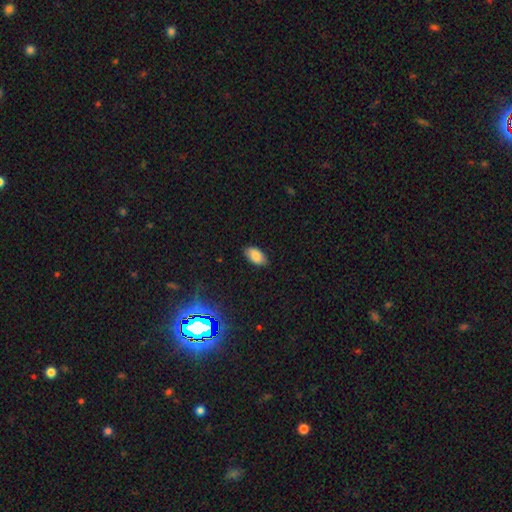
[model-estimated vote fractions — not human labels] A smooth galaxy with no disk features (84%) that is in between round and cigar-shaped (94%).

Vote fractions:
- Smooth or featured? smooth: 84% / star or artifact: 9% / featured or disk: 7%
- How rounded? in between: 94% / round: 3% / cigar-shaped: 2%
- Merging? none: 84% / minor disturbance: 12% / major disturbance: 2% / merger: 1%